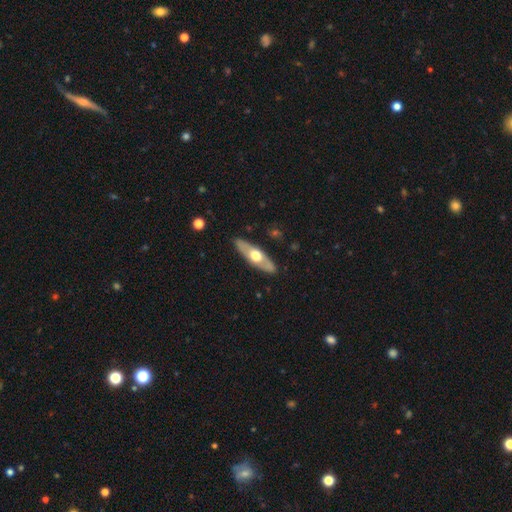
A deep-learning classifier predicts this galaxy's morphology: This appears to be a featured or disk galaxy (54%) viewed edge-on (58%). Merging: none (87%).